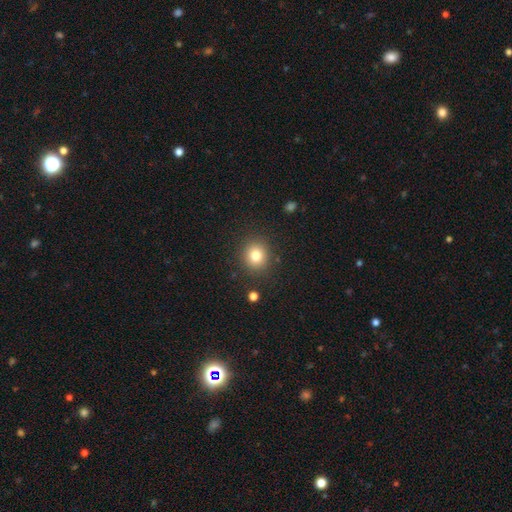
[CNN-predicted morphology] Smooth or featured? smooth (80%)
How rounded? round (84%)
Merging? none (88%)